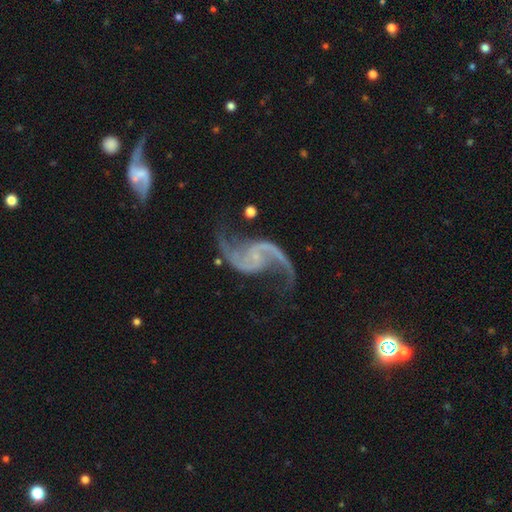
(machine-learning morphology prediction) Smooth or featured: featured or disk — 93% (star or artifact — 5%)
Edge-on disk: no — 98% (yes — 2%)
Bar: no — 52% (weak — 36%)
Spiral arms: yes — 98% (no — 2%)
Spiral winding: loose — 75% (medium — 21%)
Spiral arm count: 2 — 94% (1 — 2%)
Bulge size: small — 62% (none — 30%)
Merging: none — 65% (minor disturbance — 17%)